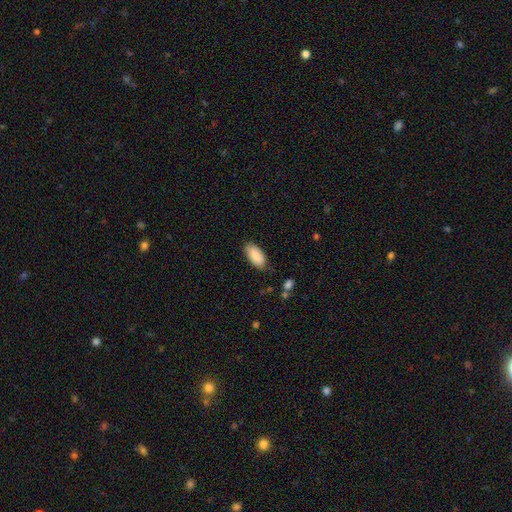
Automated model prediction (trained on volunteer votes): Overall: smooth (88%). How rounded: in between (92%). Merging: none (81%).